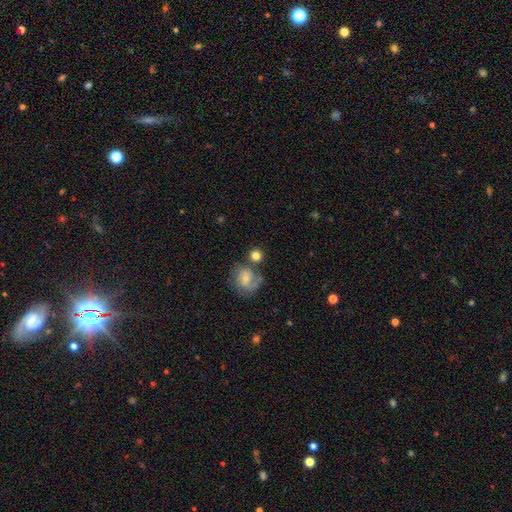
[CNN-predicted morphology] A smooth galaxy with no disk features (64%) that is round (87%). Merging: none (66%).